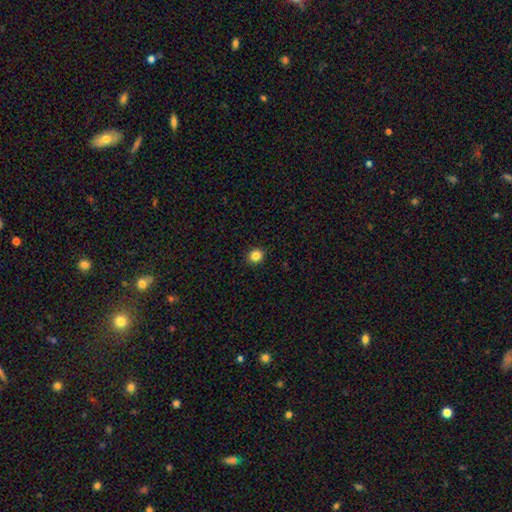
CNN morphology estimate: type=smooth (85%); roundness=round (86%); merging=none (93%).